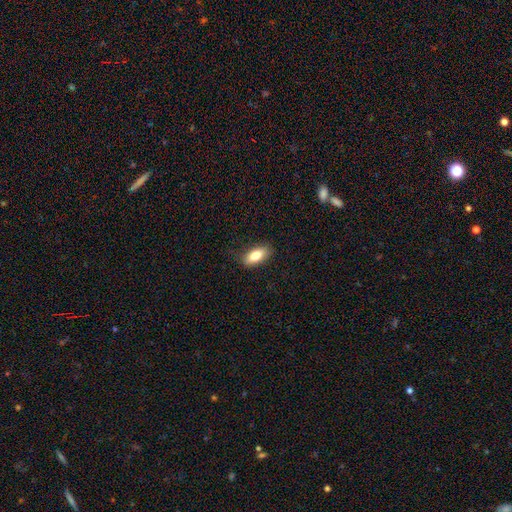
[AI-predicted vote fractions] Smooth or featured: smooth — 80% (featured or disk — 13%)
How rounded: in between — 85% (cigar-shaped — 11%)
Merging: none — 84% (minor disturbance — 12%)